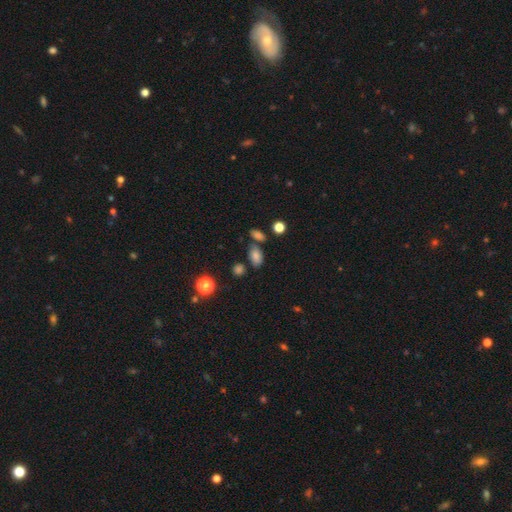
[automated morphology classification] Q: Smooth or featured?
A: smooth (74%); runner-up: star or artifact (17%)
Q: How rounded?
A: in between (83%); runner-up: round (15%)
Q: Merging?
A: none (68%); runner-up: minor disturbance (14%)